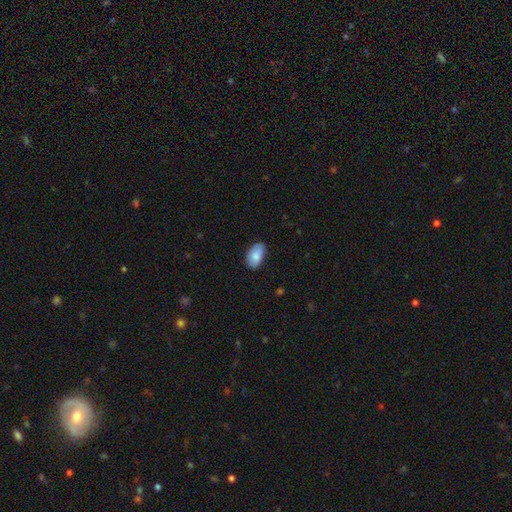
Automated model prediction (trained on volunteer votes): Overall: smooth (83%). How rounded: in between (94%). Merging: none (77%).